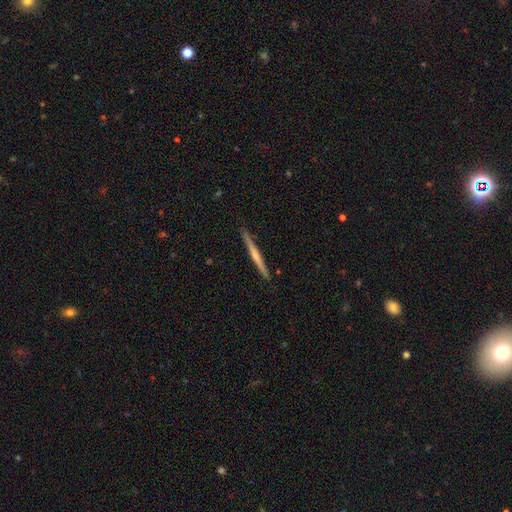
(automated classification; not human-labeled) A featured or disk galaxy (56%) viewed edge-on (98%) with no central bulge (57%). Merging: none (90%).